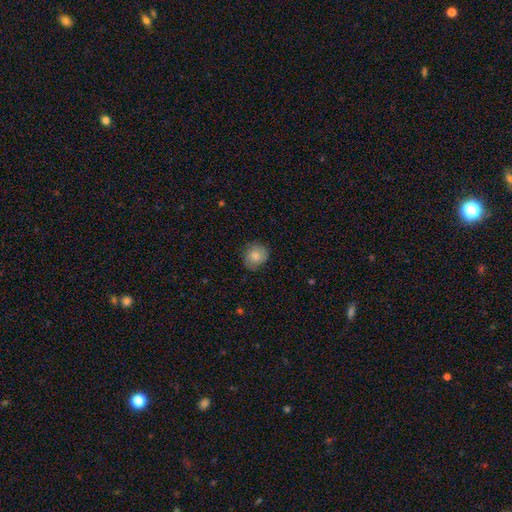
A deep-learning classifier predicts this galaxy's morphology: Smooth or featured? smooth (75%)
How rounded? round (77%)
Merging? none (80%)